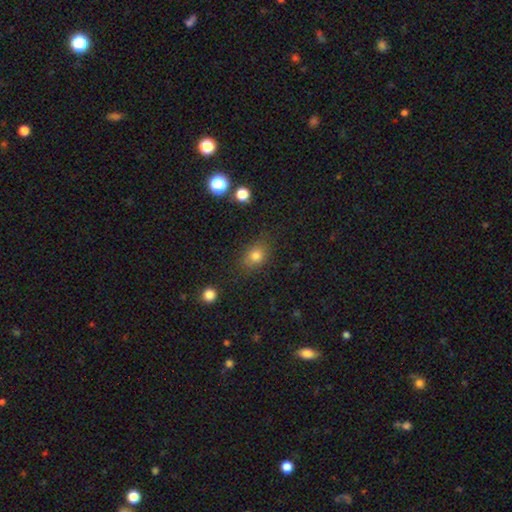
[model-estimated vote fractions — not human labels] This is likely a smooth galaxy (79%). How rounded: possibly in between (53%). Merging: clearly none (80%).